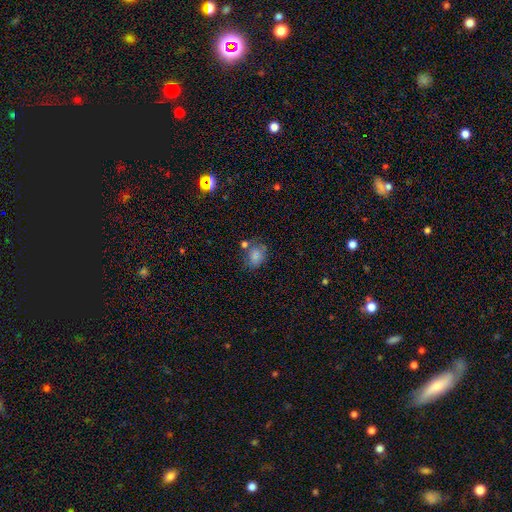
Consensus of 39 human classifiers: This is likely a smooth galaxy (74%). How rounded: possibly in between (55%). Merging: possibly none (53%).